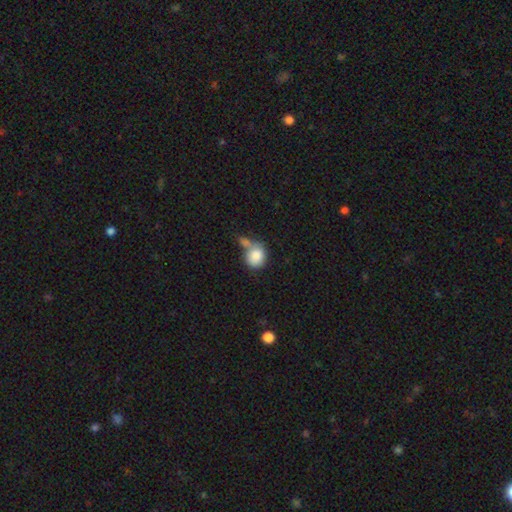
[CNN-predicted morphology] Overall: smooth (84%). How rounded: round (70%). Merging: merger (42%; none 34%).